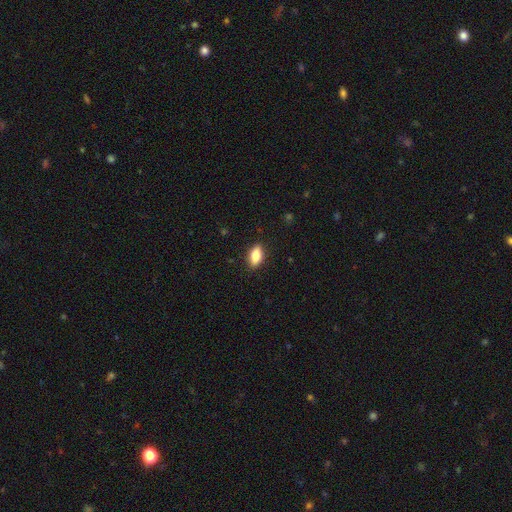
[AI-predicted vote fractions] smooth_or_featured: smooth (p=0.79) [alt: featured or disk p=0.13]
how_rounded: in between (p=0.86) [alt: cigar-shaped p=0.10]
merging: none (p=0.86) [alt: minor disturbance p=0.10]